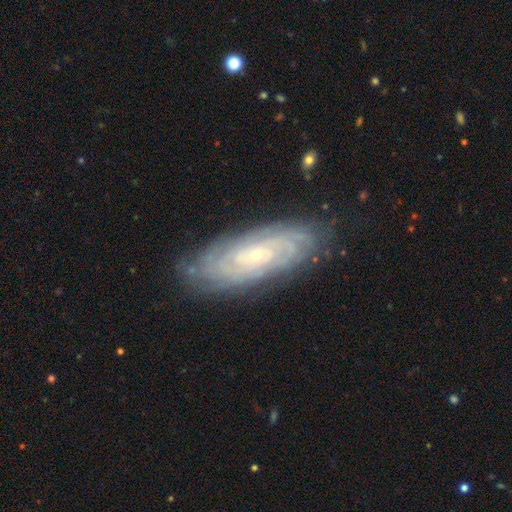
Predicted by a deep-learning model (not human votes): Q: Smooth or featured?
A: featured or disk (83%); runner-up: smooth (11%)
Q: Edge-on disk?
A: no (90%); runner-up: yes (10%)
Q: Bar?
A: no (74%); runner-up: weak (21%)
Q: Spiral arms?
A: yes (96%); runner-up: no (4%)
Q: Spiral winding?
A: tight (82%); runner-up: medium (15%)
Q: Spiral arm count?
A: can't tell (43%); runner-up: 4 (16%)
Q: Bulge size?
A: small (83%); runner-up: moderate (14%)
Q: Merging?
A: none (83%); runner-up: minor disturbance (13%)